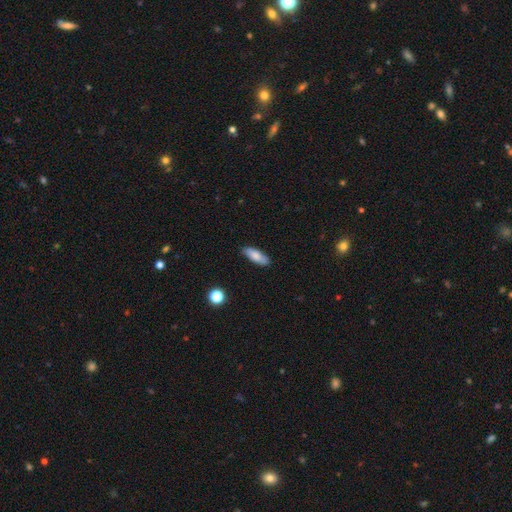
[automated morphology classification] type=smooth (81%); roundness=in between (64%); merging=none (86%).